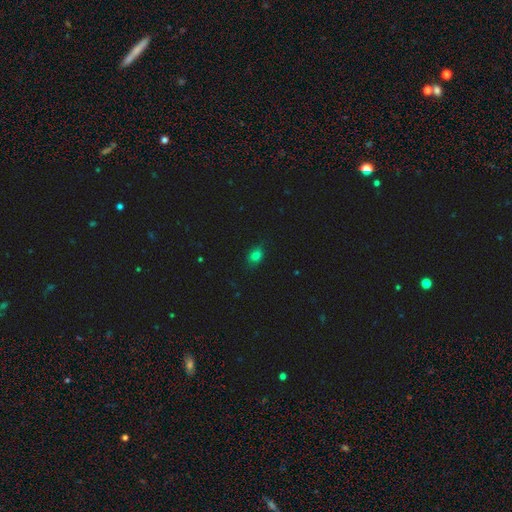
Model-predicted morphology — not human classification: A smooth galaxy with no disk features (77%) that is in between round and cigar-shaped (66%). Merging: none (75%).